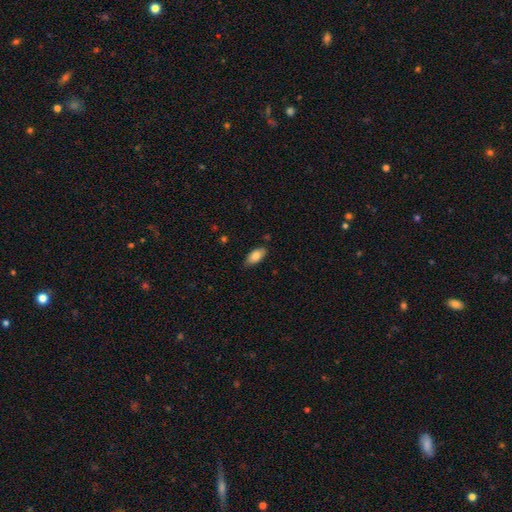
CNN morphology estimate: Smooth or featured? smooth (82%)
How rounded? in between (92%)
Merging? none (82%)